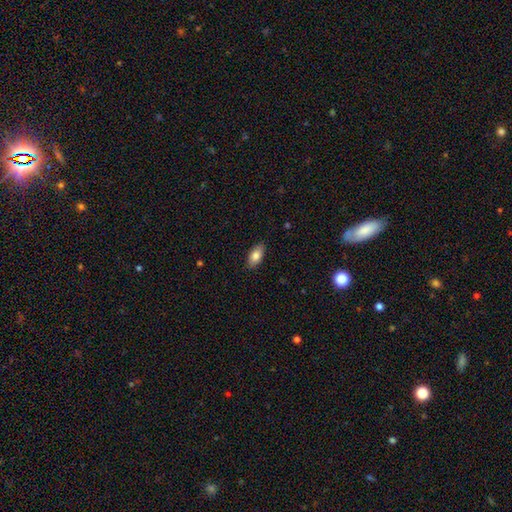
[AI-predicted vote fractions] smooth-or-featured: smooth: 81% | featured or disk: 12% | star or artifact: 7%
  how-rounded: in between: 90% | cigar-shaped: 7% | round: 3%
  merging: none: 88% | minor disturbance: 9% | major disturbance: 2% | merger: 1%